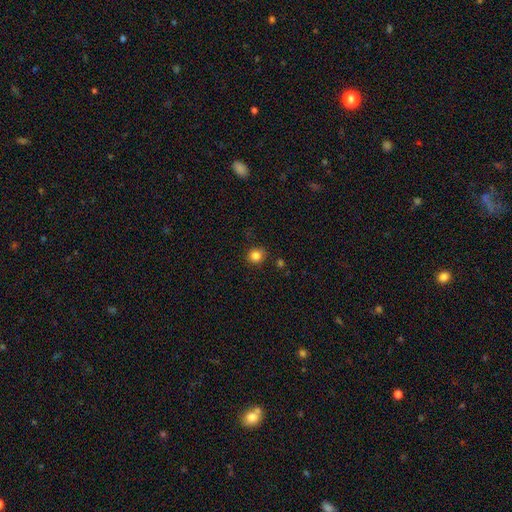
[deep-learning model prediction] A smooth galaxy with no disk features (83%) that is round (90%).

Vote fractions:
- Smooth or featured? smooth: 83% / star or artifact: 12% / featured or disk: 5%
- How rounded? round: 90% / in between: 9% / cigar-shaped: 1%
- Merging? none: 86% / minor disturbance: 10% / major disturbance: 2% / merger: 2%